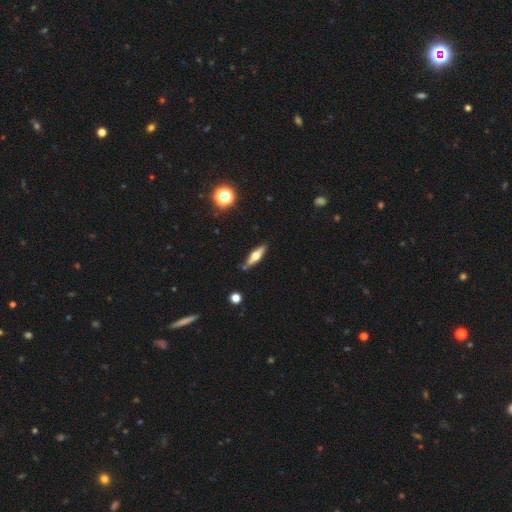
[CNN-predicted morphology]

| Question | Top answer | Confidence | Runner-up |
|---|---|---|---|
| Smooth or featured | featured or disk | 53% | smooth (40%) |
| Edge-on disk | yes | 92% | no (8%) |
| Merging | none | 82% | minor disturbance (12%) |